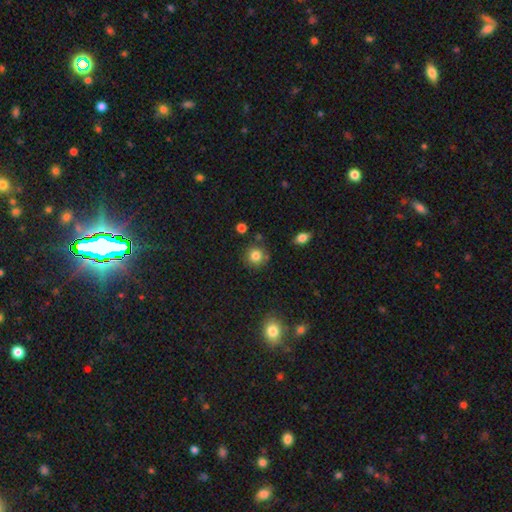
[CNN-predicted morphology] Overall: smooth (83%). How rounded: round (91%). Merging: none (82%).